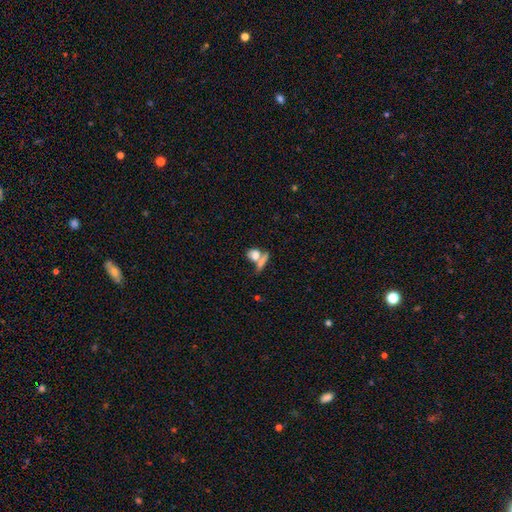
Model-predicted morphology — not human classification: The model was most divided on "merging": merger: 44%, none: 40%, minor disturbance: 10%, major disturbance: 7%. Remaining: smooth or featured — smooth (75%); how rounded — in between (49%).